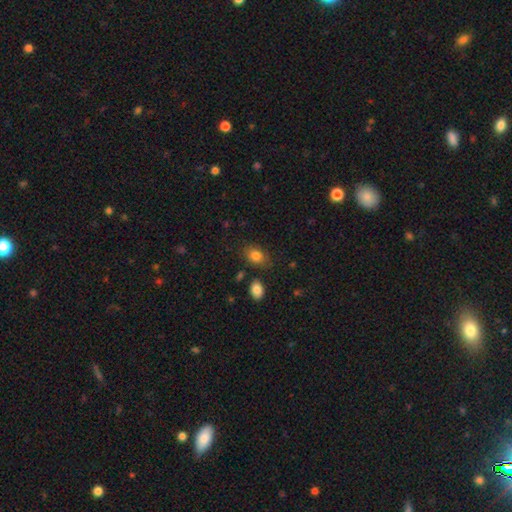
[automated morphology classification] Q: Smooth or featured?
A: smooth (82%); runner-up: star or artifact (9%)
Q: How rounded?
A: in between (73%); runner-up: round (26%)
Q: Merging?
A: none (77%); runner-up: minor disturbance (15%)